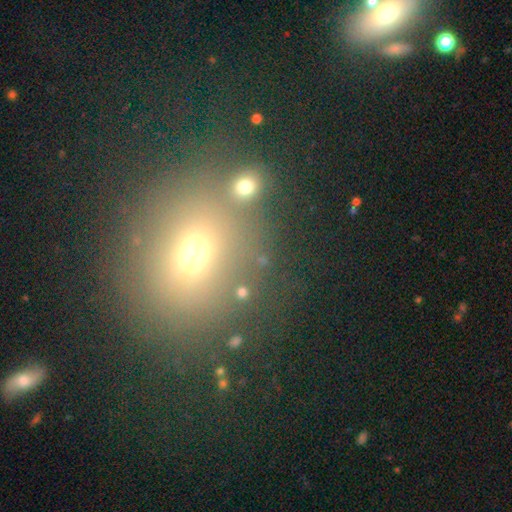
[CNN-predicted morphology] A smooth galaxy with no disk features (60%) that is round (66%).

Vote fractions:
- Smooth or featured? smooth: 60% / star or artifact: 26% / featured or disk: 14%
- How rounded? round: 66% / in between: 32% / cigar-shaped: 2%
- Merging? none: 66% / merger: 15% / minor disturbance: 12% / major disturbance: 7%